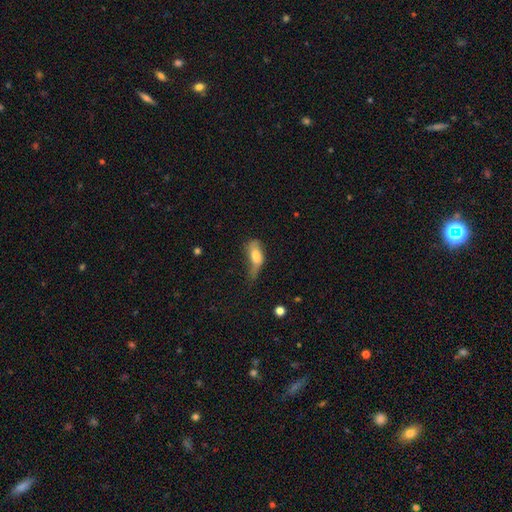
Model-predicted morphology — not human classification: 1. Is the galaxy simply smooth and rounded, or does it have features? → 65% smooth, 27% featured or disk, 9% star or artifact.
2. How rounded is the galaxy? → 78% in between, 15% cigar-shaped, 7% round.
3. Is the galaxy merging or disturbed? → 42% major disturbance, 32% minor disturbance, 21% none, 6% merger.